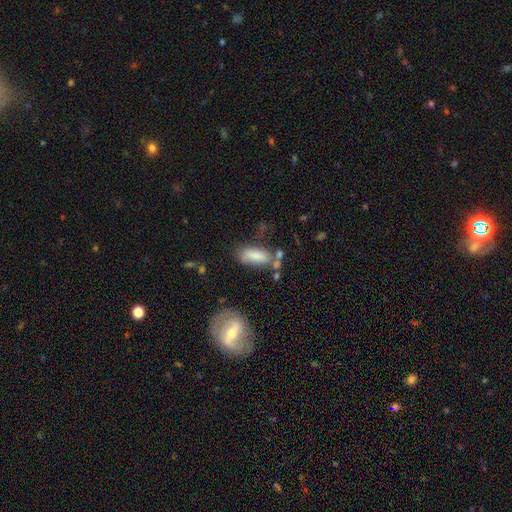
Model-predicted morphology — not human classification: Smooth or featured? Predicted: smooth (p=0.81). How rounded? Predicted: in between (p=0.78). Merging? Predicted: none (p=0.51).